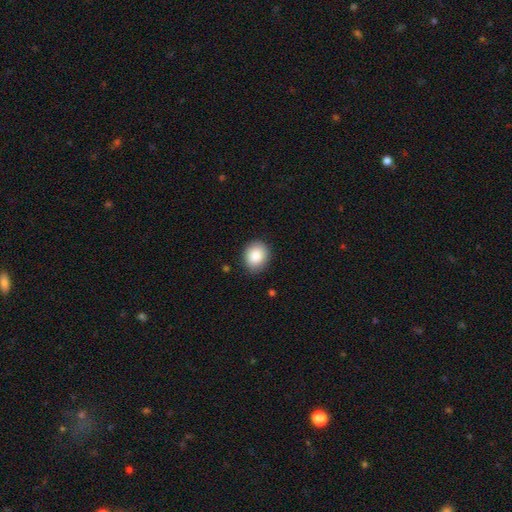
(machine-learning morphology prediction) The model was most divided on "how rounded": round: 66%, in between: 33%, cigar-shaped: 1%. More confident: smooth or featured — smooth (87%); merging — none (86%).